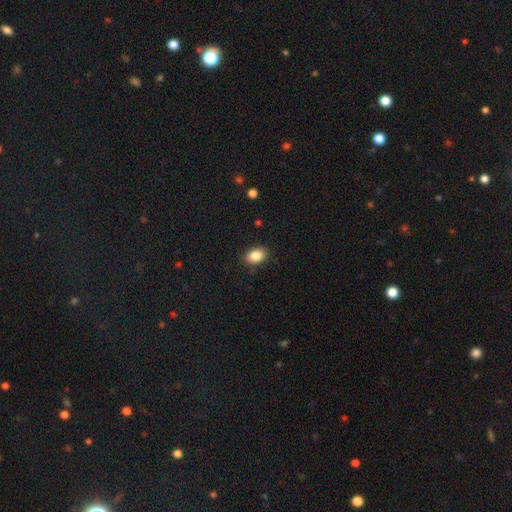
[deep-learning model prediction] Smooth or featured?
  - smooth: 87% *
  - star or artifact: 8%
  - featured or disk: 5%
How rounded?
  - in between: 85% *
  - round: 14%
  - cigar-shaped: 1%
Merging?
  - none: 87% *
  - minor disturbance: 10%
  - major disturbance: 2%
  - merger: 1%